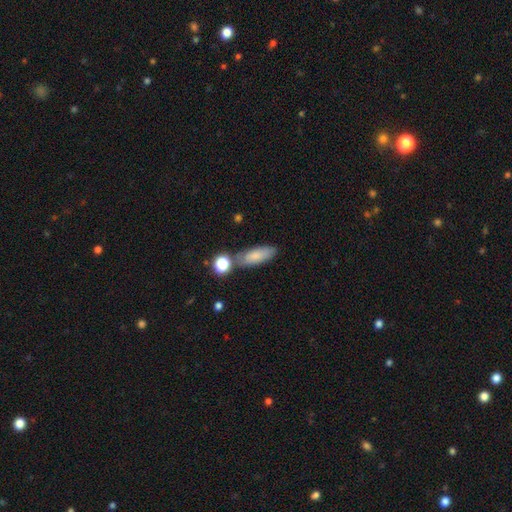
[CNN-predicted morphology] smooth 80%, featured or disk 12%, star or artifact 8%. Down the decision tree: how rounded — in between (64%); merging — none (65%).